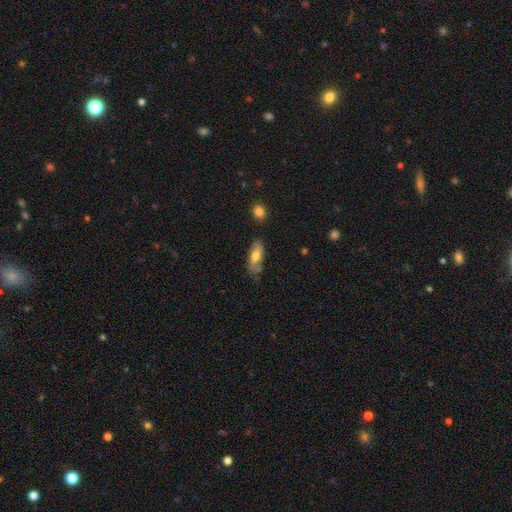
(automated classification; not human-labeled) The model was most divided on "smooth or featured": smooth: 63%, featured or disk: 31%, star or artifact: 7%. More confident: how rounded — in between (74%); merging — none (67%).